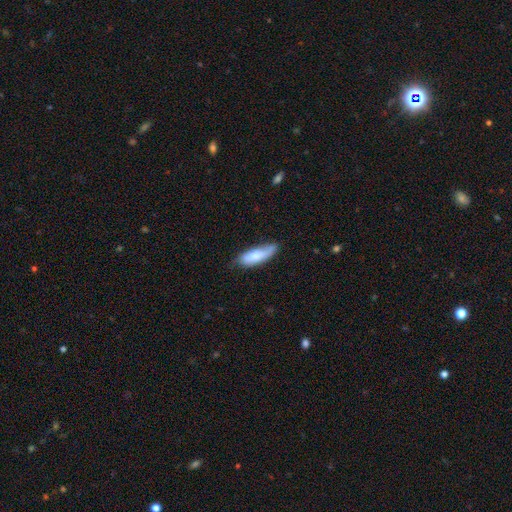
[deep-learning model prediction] Smooth or featured? smooth (71%)
How rounded? in between (64%)
Merging? none (57%)